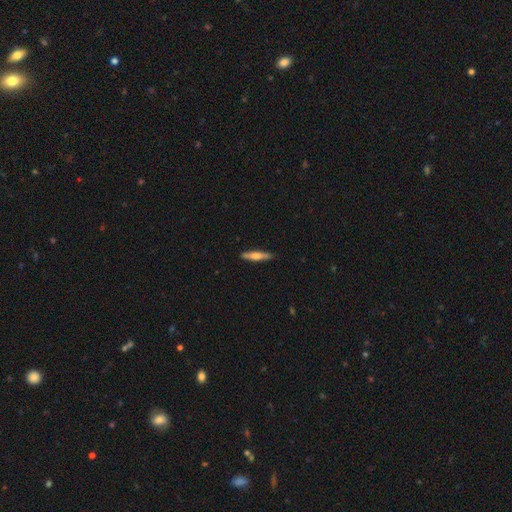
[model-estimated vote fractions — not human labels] smooth_or_featured: smooth (p=0.51) [alt: featured or disk p=0.44]
how_rounded: cigar-shaped (p=0.87) [alt: in between p=0.12]
merging: none (p=0.87) [alt: minor disturbance p=0.10]